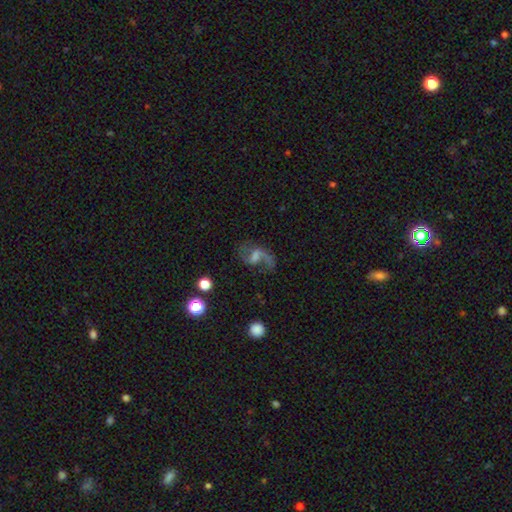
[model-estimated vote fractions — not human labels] Overall: featured or disk (77%). Edge-on disk: no (97%). Bar: weak (52%; no 26%). Spiral arms: yes (92%). Spiral arm count: 2 (77%). Spiral winding: loose (71%). Bulge size: none (33%, tied with small). Merging: none (58%; major disturbance 21%).